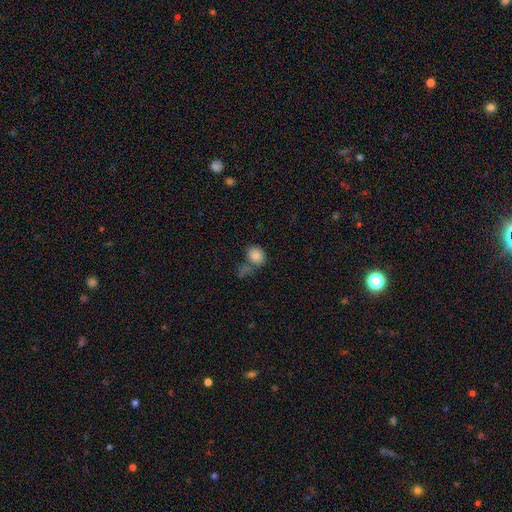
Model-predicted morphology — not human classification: Overall: smooth (84%). How rounded: round (58%; in between 40%). Merging: none (56%; merger 22%).